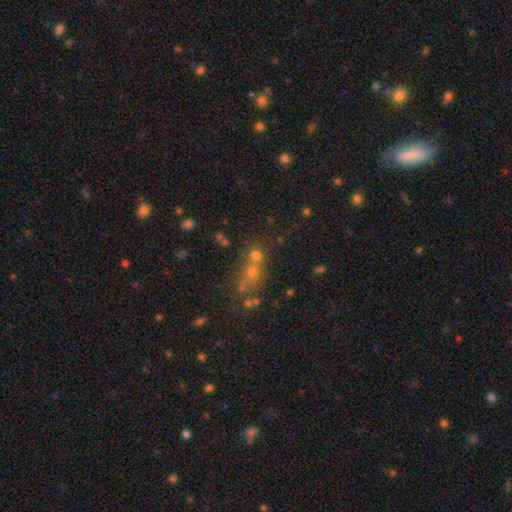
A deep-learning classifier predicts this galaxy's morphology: A star or artifact, not a galaxy (45%).